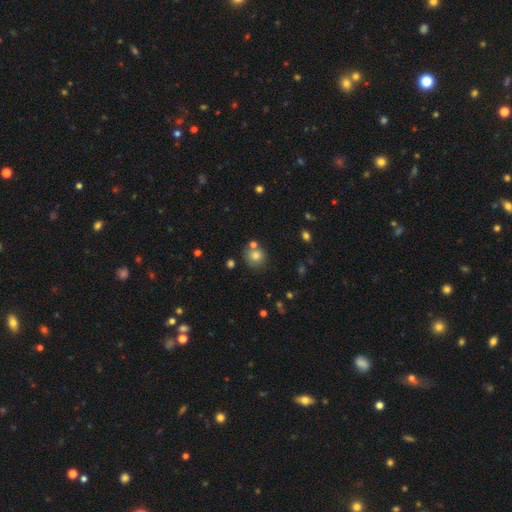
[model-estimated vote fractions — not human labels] Smooth or featured: smooth — 79% (star or artifact — 12%)
How rounded: round — 89% (in between — 10%)
Merging: none — 70% (merger — 15%)